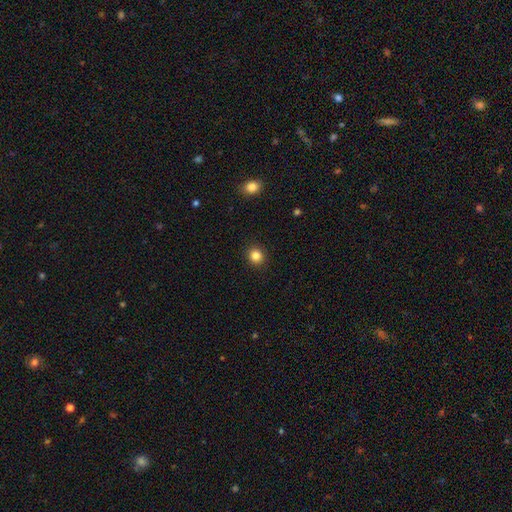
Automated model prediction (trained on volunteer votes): A smooth galaxy with no disk features (84%) that is round (87%). Merging: none (92%).